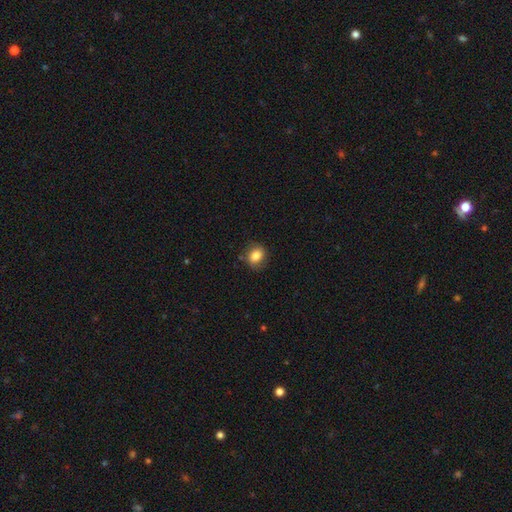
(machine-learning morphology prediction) Q: Smooth or featured?
A: smooth (81%); runner-up: featured or disk (10%)
Q: How rounded?
A: round (55%); runner-up: in between (44%)
Q: Merging?
A: none (76%); runner-up: minor disturbance (18%)